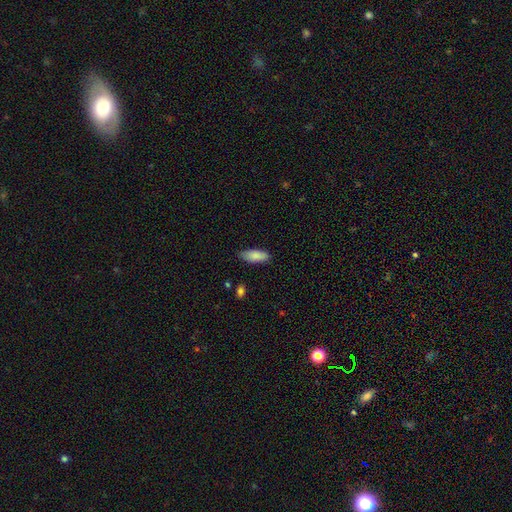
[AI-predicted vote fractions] smooth 86%, featured or disk 8%, star or artifact 6%. Down the decision tree: how rounded — in between (76%); merging — none (83%).